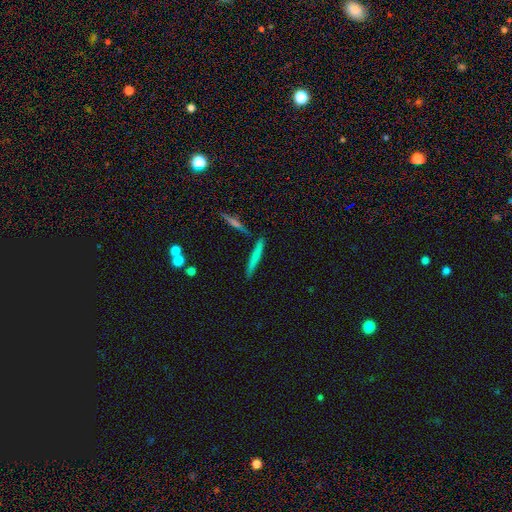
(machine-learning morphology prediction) This is likely a smooth galaxy (63%). How rounded: clearly cigar-shaped (94%). Merging: clearly none (80%).